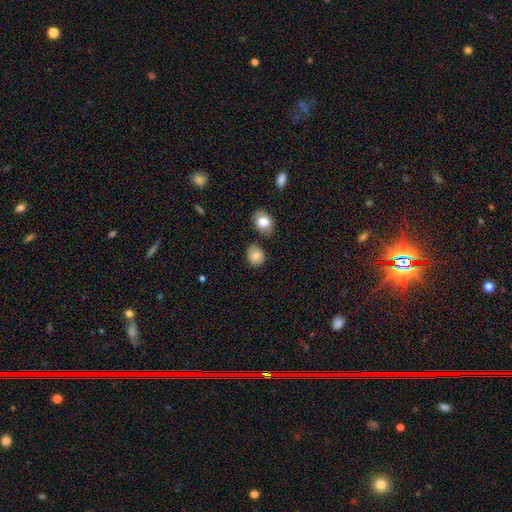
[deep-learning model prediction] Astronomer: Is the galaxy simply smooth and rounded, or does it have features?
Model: smooth — 81%.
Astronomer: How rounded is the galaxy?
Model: round — 56% (runner-up: in between, 43%).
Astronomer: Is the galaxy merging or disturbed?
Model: none — 73%.